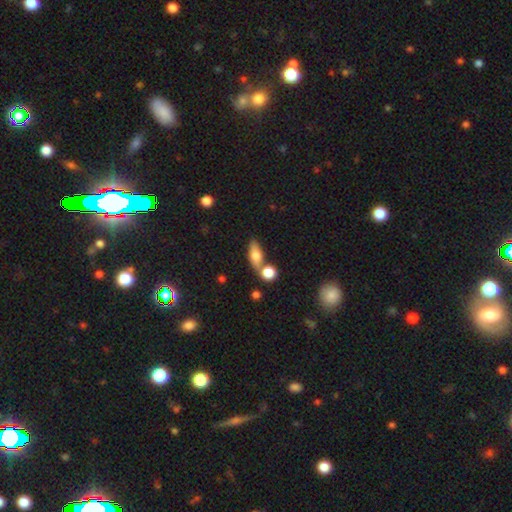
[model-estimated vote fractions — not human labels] This appears to be a smooth galaxy with no disk features (68%) that is in between round and cigar-shaped (69%). Merging: none (62%).